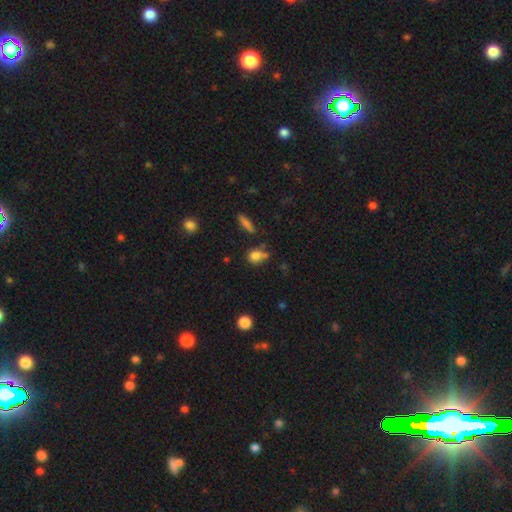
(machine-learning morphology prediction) type=smooth (79%); roundness=round (64%); merging=none (54%).